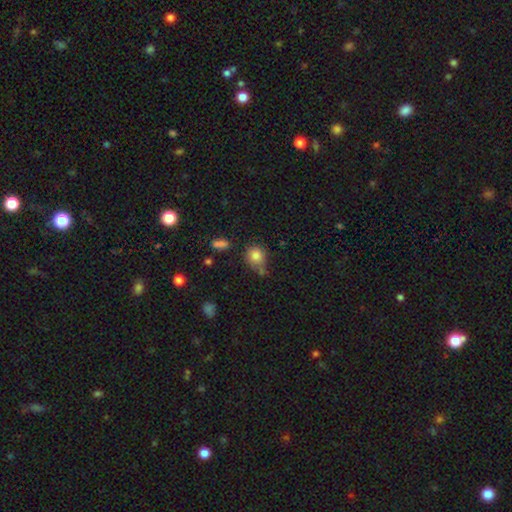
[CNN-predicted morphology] smooth_or_featured: smooth (p=0.82) [alt: star or artifact p=0.11]
how_rounded: round (p=0.79) [alt: in between p=0.20]
merging: none (p=0.57) [alt: minor disturbance p=0.22]